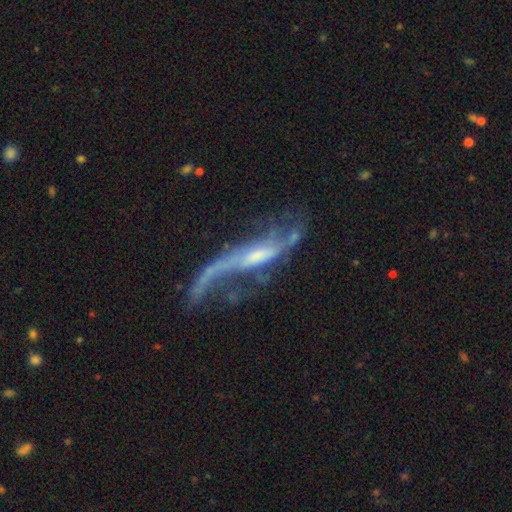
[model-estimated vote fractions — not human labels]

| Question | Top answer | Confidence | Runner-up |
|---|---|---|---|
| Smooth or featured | featured or disk | 82% | smooth (10%) |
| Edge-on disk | no | 76% | yes (24%) |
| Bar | weak | 39% | no (35%) |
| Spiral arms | yes | 87% | no (13%) |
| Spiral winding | loose | 88% | medium (9%) |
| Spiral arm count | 2 | 71% | 1 (18%) |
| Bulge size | small | 50% | moderate (30%) |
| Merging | none | 40% | major disturbance (33%) |